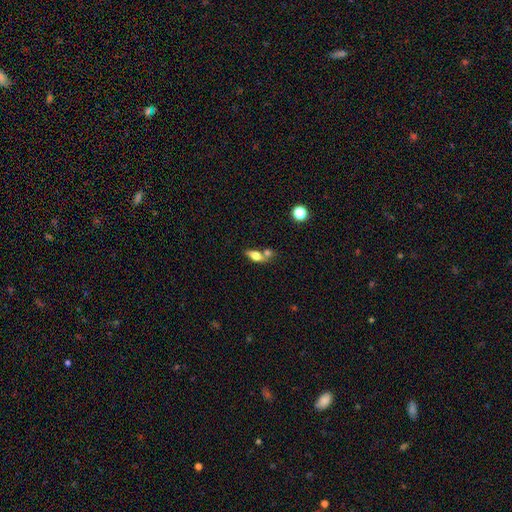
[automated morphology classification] smooth-or-featured: smooth: 60% | featured or disk: 32% | star or artifact: 9%
  how-rounded: in between: 70% | cigar-shaped: 20% | round: 9%
  merging: none: 47% | merger: 35% | minor disturbance: 13% | major disturbance: 5%